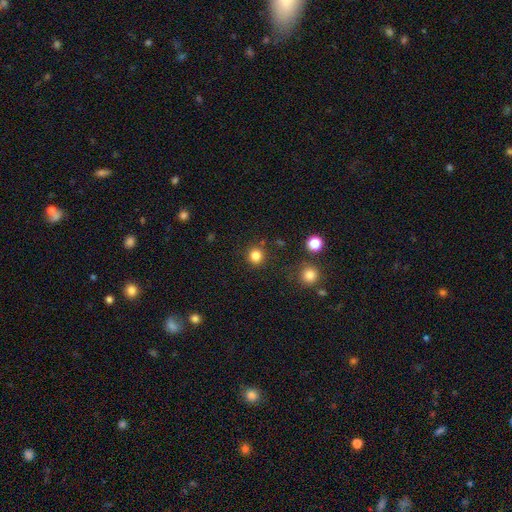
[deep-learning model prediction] Smooth or featured? Predicted: smooth (p=0.83). How rounded? Predicted: round (p=0.93). Merging? Predicted: none (p=0.88).